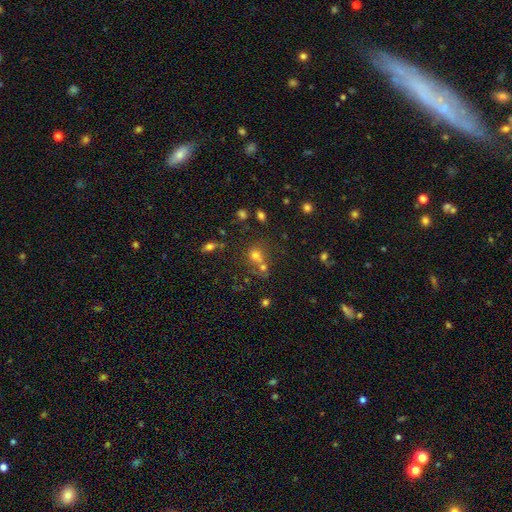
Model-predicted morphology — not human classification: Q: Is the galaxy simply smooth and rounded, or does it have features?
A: smooth — 64%.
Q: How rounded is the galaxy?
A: round — 78%.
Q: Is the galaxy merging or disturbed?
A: none — 44%.